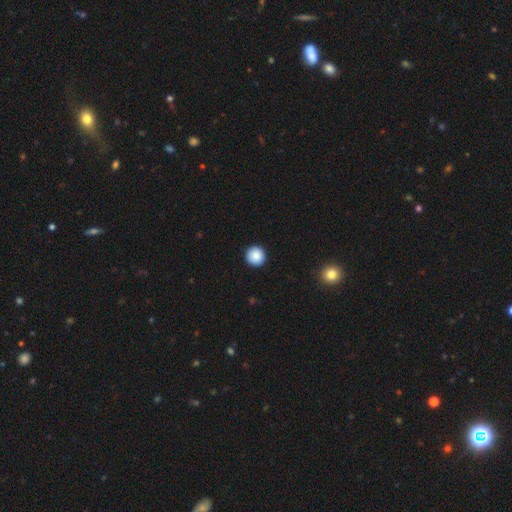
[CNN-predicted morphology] Overall: smooth (88%). How rounded: round (96%). Merging: none (93%).